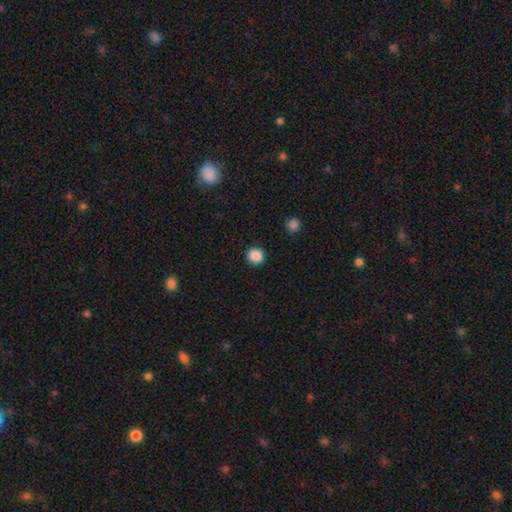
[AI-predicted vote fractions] Smooth or featured? smooth (87%)
How rounded? round (92%)
Merging? none (92%)